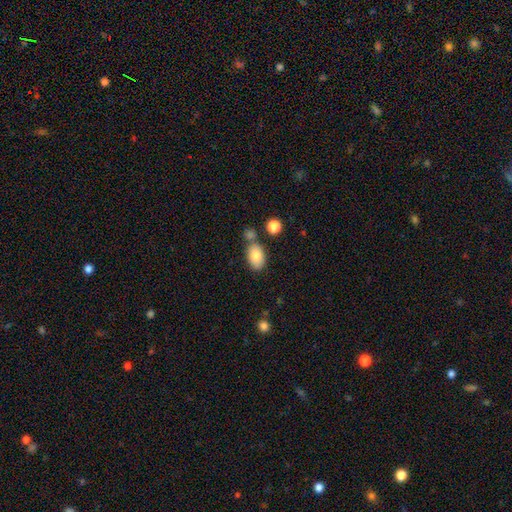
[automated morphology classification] This is clearly a smooth galaxy (82%). How rounded: clearly in between (89%). Merging: likely none (66%).